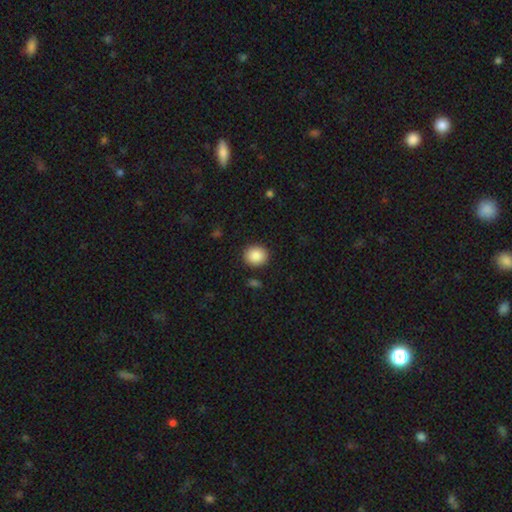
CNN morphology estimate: Smooth or featured? smooth (88%)
How rounded? round (79%)
Merging? none (90%)